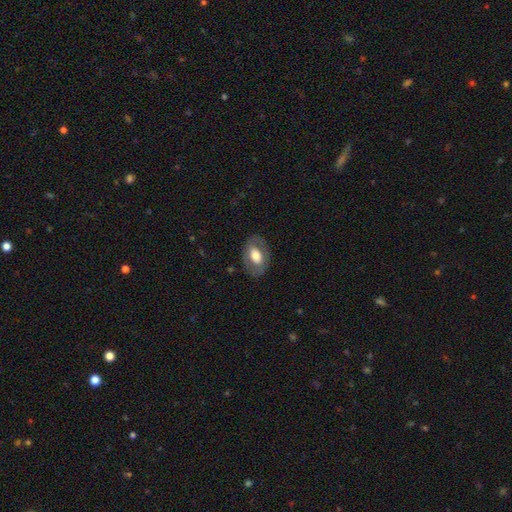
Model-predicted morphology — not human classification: Q: Smooth or featured?
A: smooth (55%); runner-up: featured or disk (39%)
Q: How rounded?
A: in between (86%); runner-up: round (12%)
Q: Merging?
A: none (79%); runner-up: minor disturbance (14%)